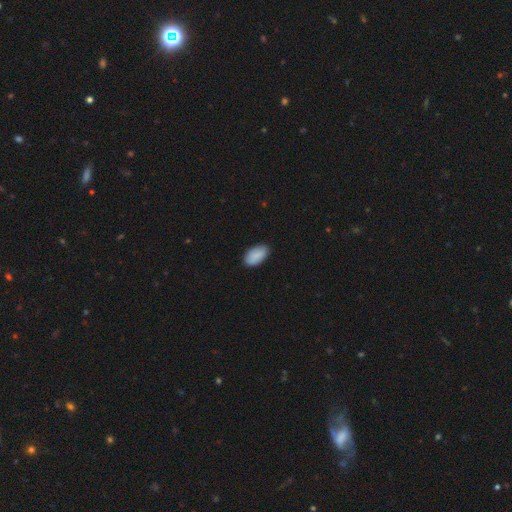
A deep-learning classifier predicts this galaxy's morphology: smooth_or_featured: smooth (p=0.89) [alt: star or artifact p=0.06]
how_rounded: in between (p=0.95) [alt: round p=0.03]
merging: none (p=0.84) [alt: minor disturbance p=0.13]